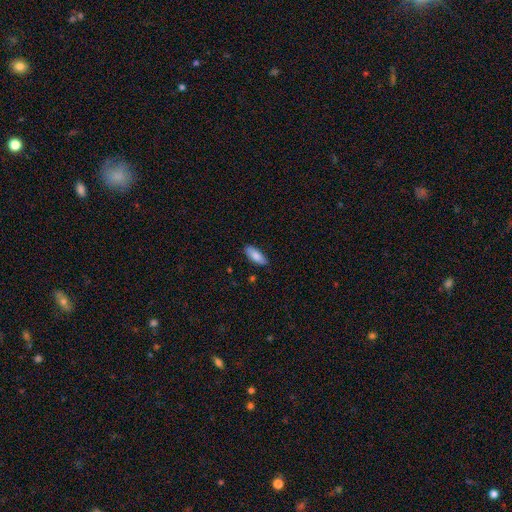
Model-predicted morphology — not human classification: The model was most divided on "how rounded": in between: 74%, cigar-shaped: 24%, round: 2%. More confident: merging — none (85%); smooth or featured — smooth (83%).